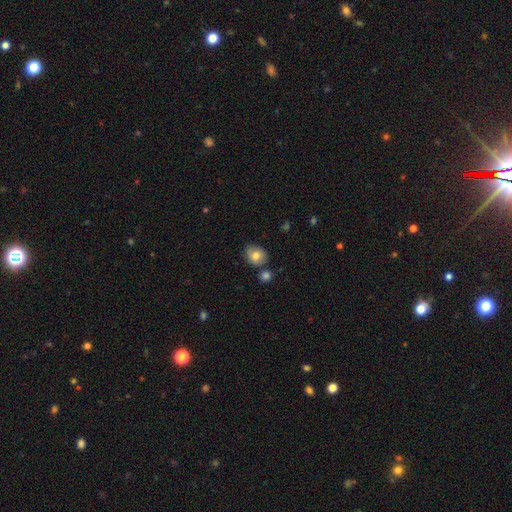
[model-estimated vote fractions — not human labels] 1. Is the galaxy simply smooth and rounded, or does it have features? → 74% smooth, 17% featured or disk, 9% star or artifact.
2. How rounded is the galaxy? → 65% round, 34% in between, 1% cigar-shaped.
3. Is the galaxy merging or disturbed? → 65% none, 21% minor disturbance, 9% merger, 5% major disturbance.